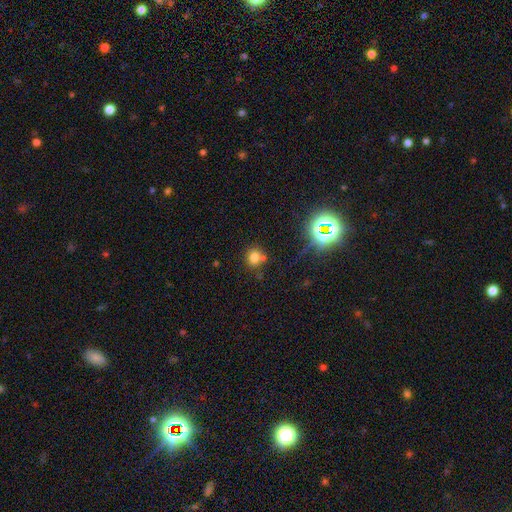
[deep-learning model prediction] This is likely a smooth galaxy (70%). How rounded: clearly round (81%). Merging: likely none (66%).